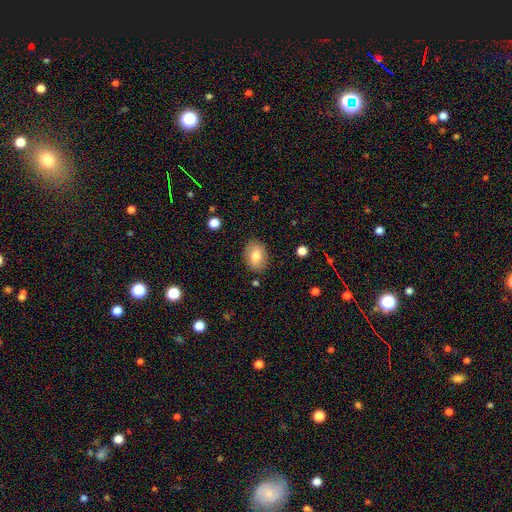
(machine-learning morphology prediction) The model was most divided on "how rounded": in between: 75%, round: 24%, cigar-shaped: 1%. More confident: merging — none (86%); smooth or featured — smooth (78%).